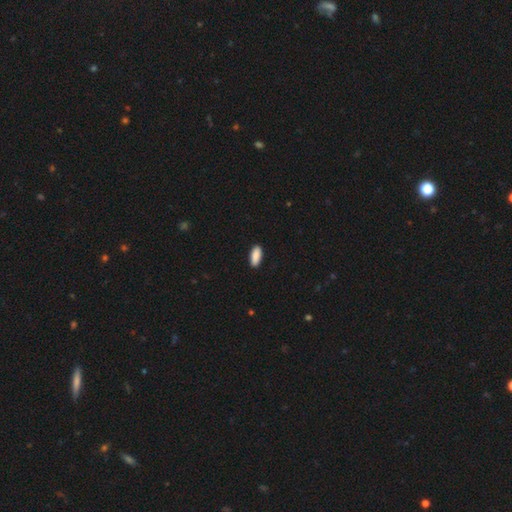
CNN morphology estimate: smooth_or_featured: smooth (p=0.90) [alt: star or artifact p=0.06]
how_rounded: in between (p=0.78) [alt: cigar-shaped p=0.20]
merging: none (p=0.89) [alt: minor disturbance p=0.08]